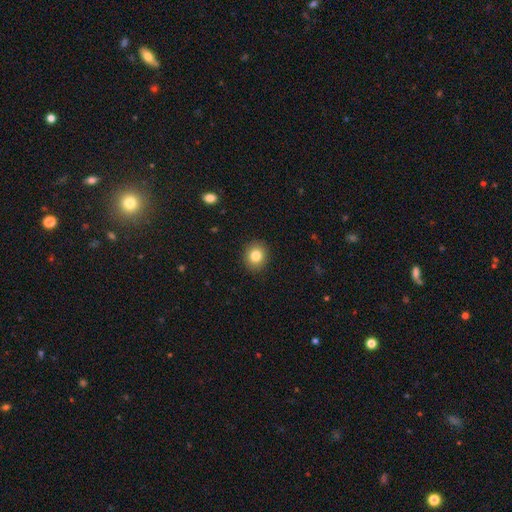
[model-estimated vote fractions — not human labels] Morphology: type=smooth (82%); roundness=round (77%); merging=none (91%).